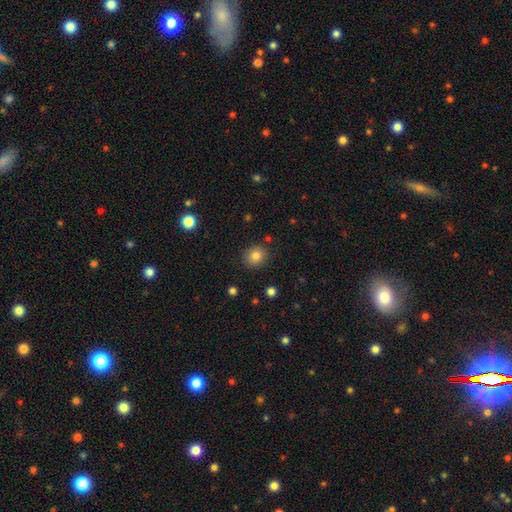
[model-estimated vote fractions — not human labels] Morphology: type=smooth (82%); roundness=round (78%); merging=none (88%).